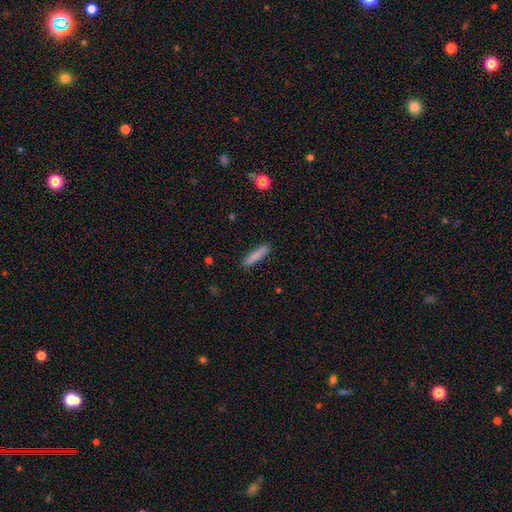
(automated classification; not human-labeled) Smooth or featured: smooth — 83% (featured or disk — 10%)
How rounded: cigar-shaped — 87% (in between — 12%)
Merging: none — 88% (minor disturbance — 9%)